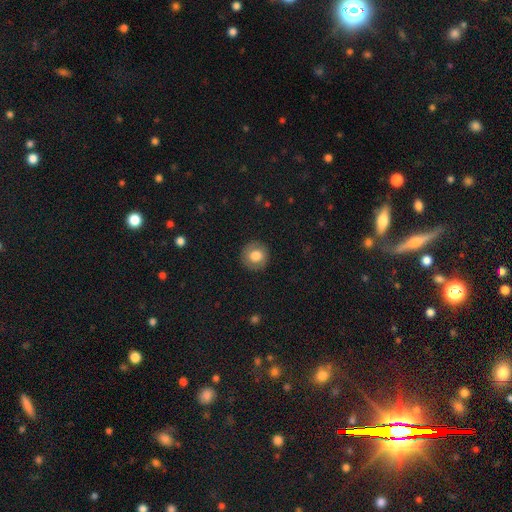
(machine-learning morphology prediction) Overall: smooth (78%). How rounded: round (93%). Merging: none (89%).